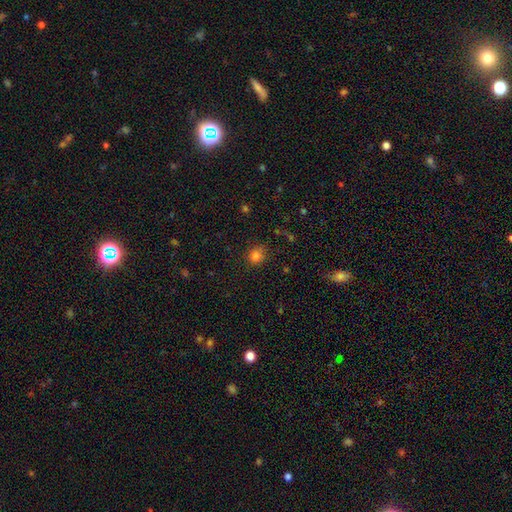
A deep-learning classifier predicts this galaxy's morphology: Smooth or featured? smooth (81%)
How rounded? round (83%)
Merging? none (81%)